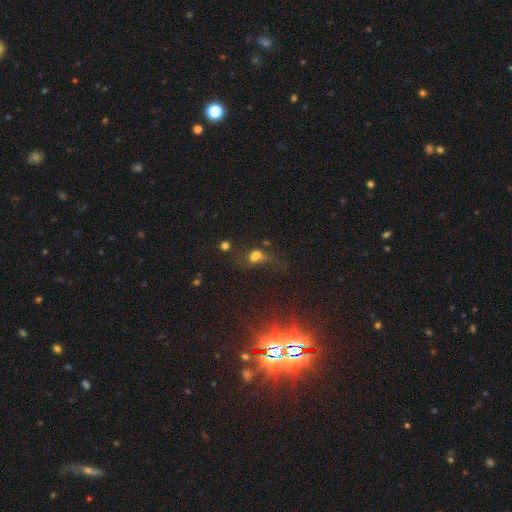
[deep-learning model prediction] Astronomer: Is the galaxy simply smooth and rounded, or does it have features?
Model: smooth — 57%.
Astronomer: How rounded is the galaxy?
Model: in between — 50% (runner-up: round, 45%).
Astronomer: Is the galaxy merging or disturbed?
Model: merger — 44% (runner-up: none, 25%).